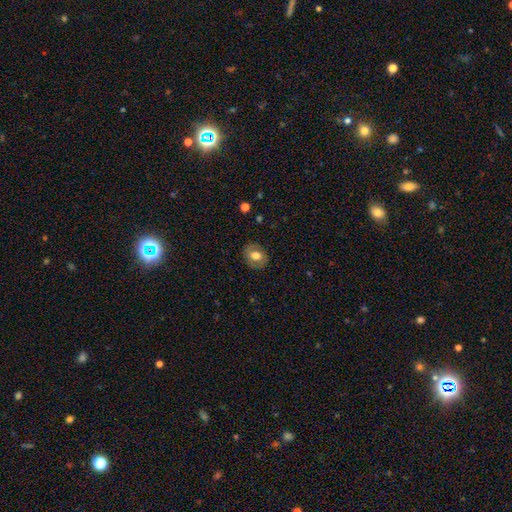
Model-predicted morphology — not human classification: Smooth or featured? smooth (70%)
How rounded? in between (51%)
Merging? none (85%)